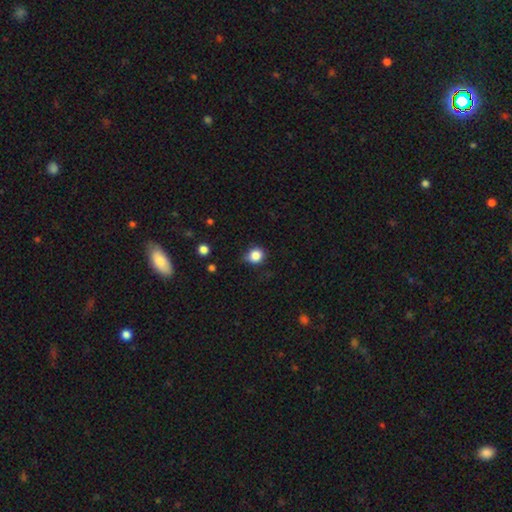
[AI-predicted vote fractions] Morphology: type=smooth (84%); roundness=round (82%); merging=none (63%).